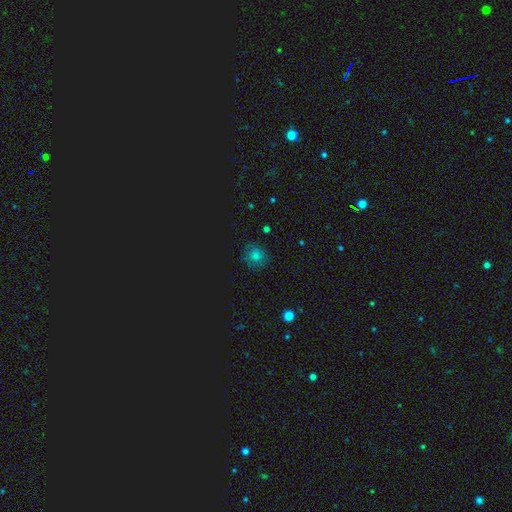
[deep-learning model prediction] Smooth or featured? Predicted: smooth (p=0.59). How rounded? Predicted: round (p=0.86). Merging? Predicted: none (p=0.81).